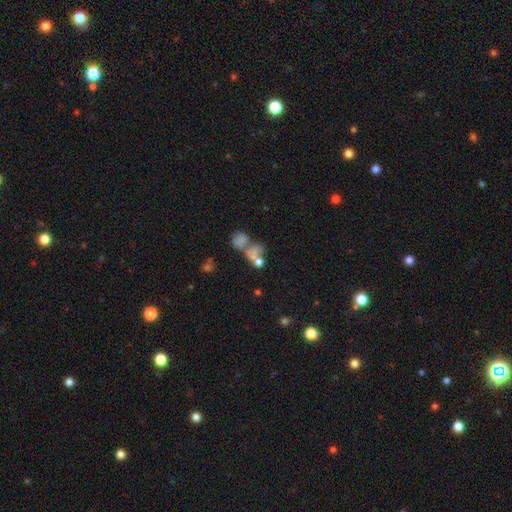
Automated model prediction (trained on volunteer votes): Morphology: type=smooth (38%); merging=merger (39%).